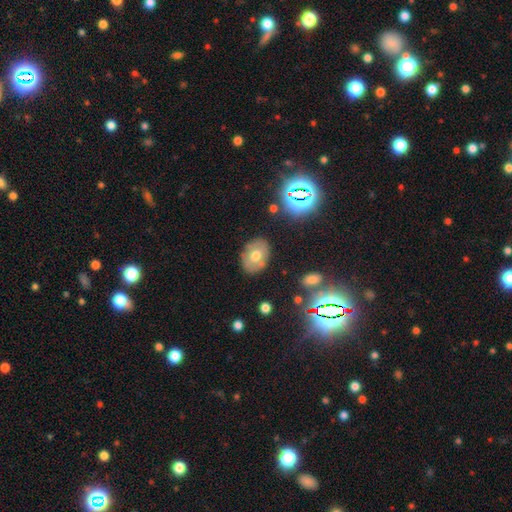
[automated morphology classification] smooth-or-featured: smooth: 56% | featured or disk: 33% | star or artifact: 11%
  how-rounded: in between: 71% | round: 29% | cigar-shaped: 1%
  merging: none: 81% | minor disturbance: 13% | major disturbance: 4% | merger: 2%